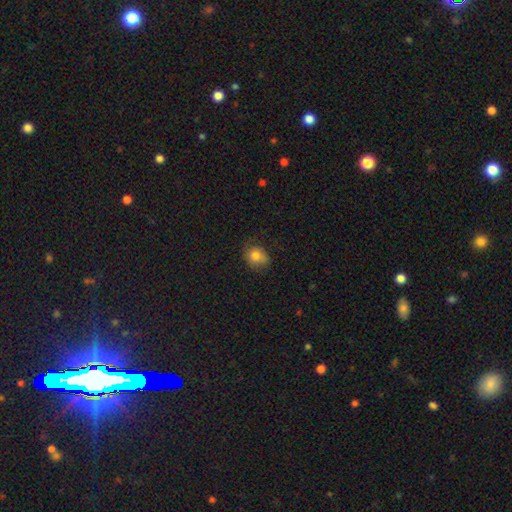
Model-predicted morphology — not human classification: The model was most divided on "how rounded": round: 60%, in between: 39%, cigar-shaped: 1%. More confident: smooth or featured — smooth (78%); merging — none (65%).